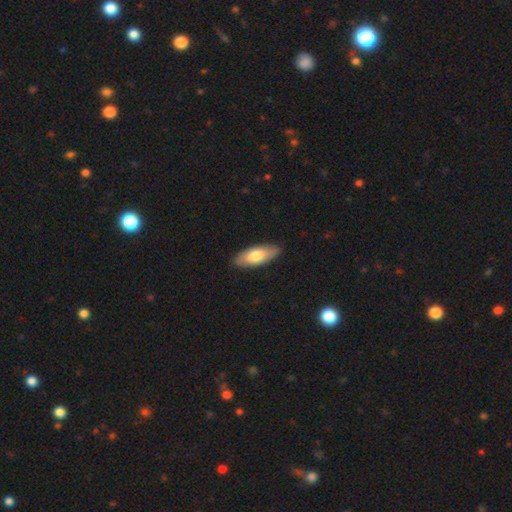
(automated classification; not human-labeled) Morphology: type=smooth (74%); roundness=in between (79%); merging=none (88%).